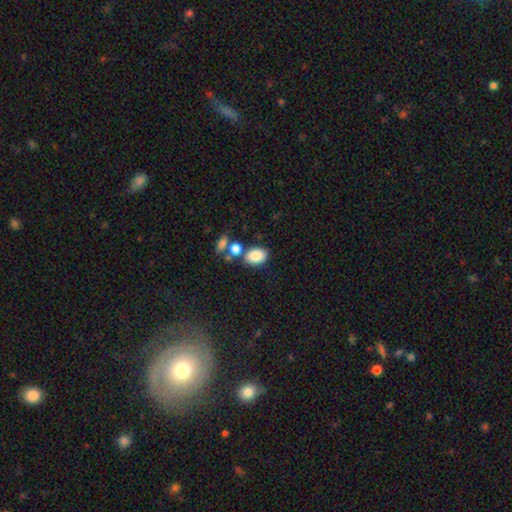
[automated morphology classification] smooth-or-featured: smooth: 86% | star or artifact: 8% | featured or disk: 6%
  how-rounded: in between: 84% | round: 15% | cigar-shaped: 1%
  merging: none: 63% | merger: 19% | minor disturbance: 13% | major disturbance: 5%